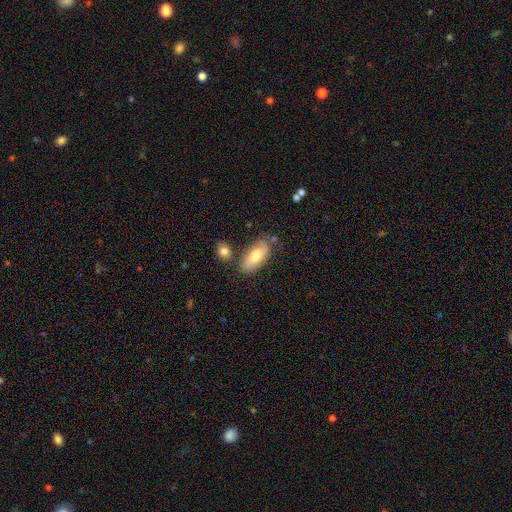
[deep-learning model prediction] smooth 72%, featured or disk 21%, star or artifact 6%. Down the decision tree: how rounded — in between (90%); merging — none (72%).